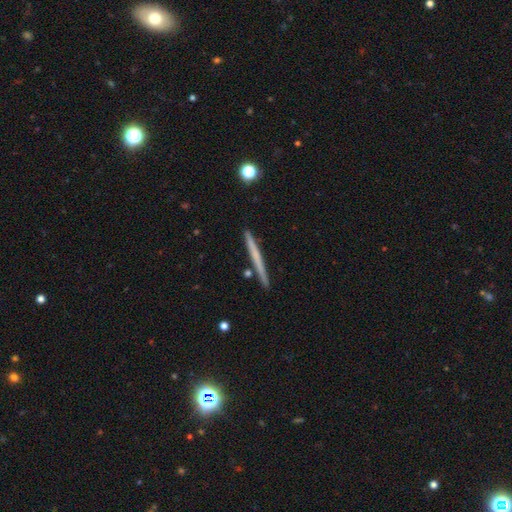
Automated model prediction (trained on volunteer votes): Overall: smooth (48%; featured or disk 47%). Merging: none (90%).